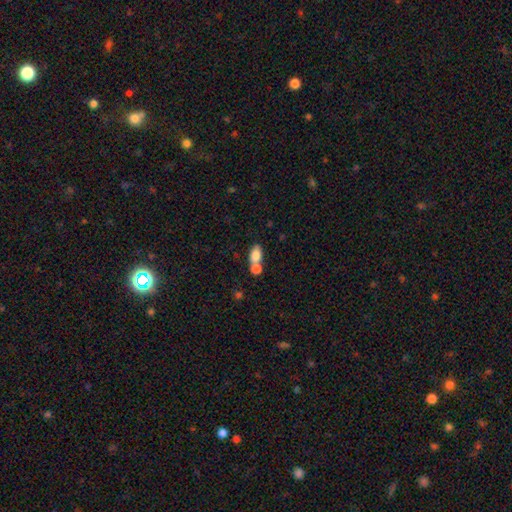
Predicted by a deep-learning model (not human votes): smooth-or-featured: smooth: 82% | featured or disk: 10% | star or artifact: 8%
  how-rounded: in between: 85% | round: 12% | cigar-shaped: 3%
  merging: merger: 54% | none: 33% | minor disturbance: 8% | major disturbance: 4%